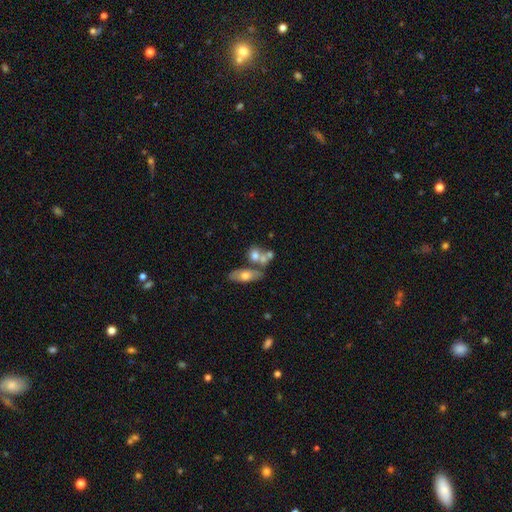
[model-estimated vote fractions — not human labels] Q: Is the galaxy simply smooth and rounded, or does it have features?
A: smooth — 50%.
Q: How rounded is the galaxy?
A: in between — 63%.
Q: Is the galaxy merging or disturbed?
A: merger — 45%.